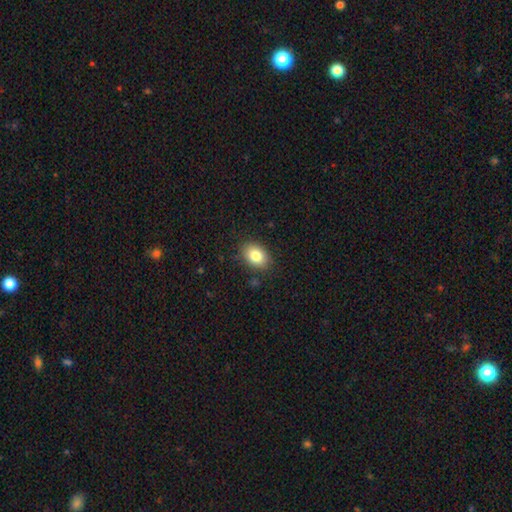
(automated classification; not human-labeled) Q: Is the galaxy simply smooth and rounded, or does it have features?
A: smooth — 83%.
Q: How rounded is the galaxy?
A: in between — 76%.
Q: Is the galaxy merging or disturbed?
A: none — 86%.